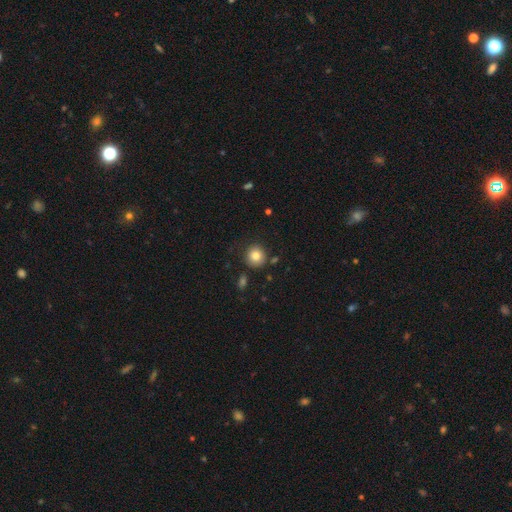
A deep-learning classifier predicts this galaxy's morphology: Q: Smooth or featured?
A: smooth (82%); runner-up: star or artifact (10%)
Q: How rounded?
A: round (90%); runner-up: in between (9%)
Q: Merging?
A: none (85%); runner-up: minor disturbance (9%)